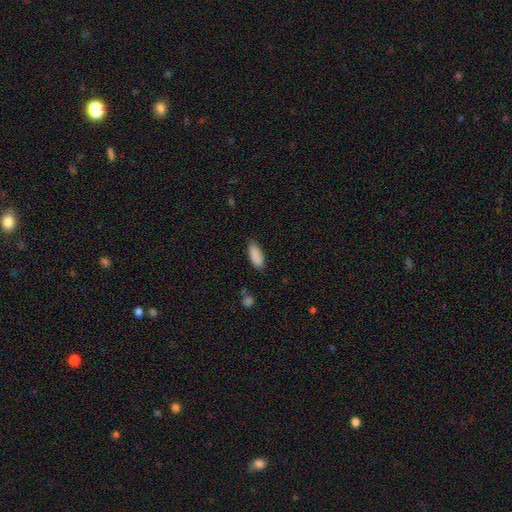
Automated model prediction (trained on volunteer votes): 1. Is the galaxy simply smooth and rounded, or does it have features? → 89% smooth, 7% star or artifact, 4% featured or disk.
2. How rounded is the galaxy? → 81% in between, 17% cigar-shaped, 2% round.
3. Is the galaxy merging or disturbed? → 80% none, 16% minor disturbance, 3% major disturbance, 2% merger.